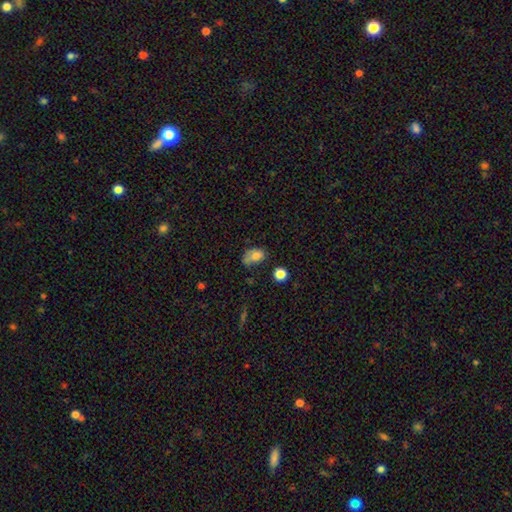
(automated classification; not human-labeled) smooth 76%, featured or disk 13%, star or artifact 11%. Down the decision tree: how rounded — in between (83%); merging — none (39%).